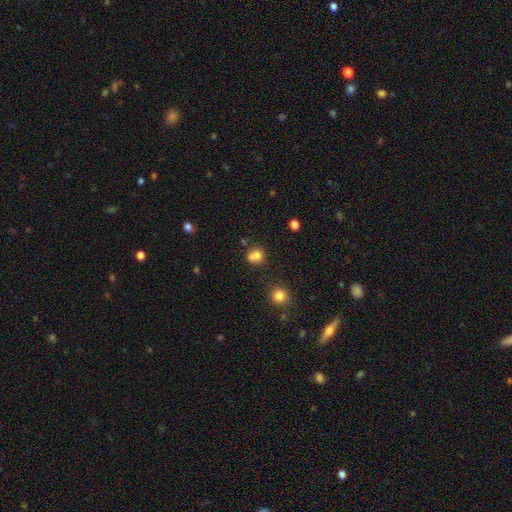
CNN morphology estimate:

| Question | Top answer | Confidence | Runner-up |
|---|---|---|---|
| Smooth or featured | smooth | 76% | star or artifact (13%) |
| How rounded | round | 76% | in between (23%) |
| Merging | none | 46% | merger (37%) |